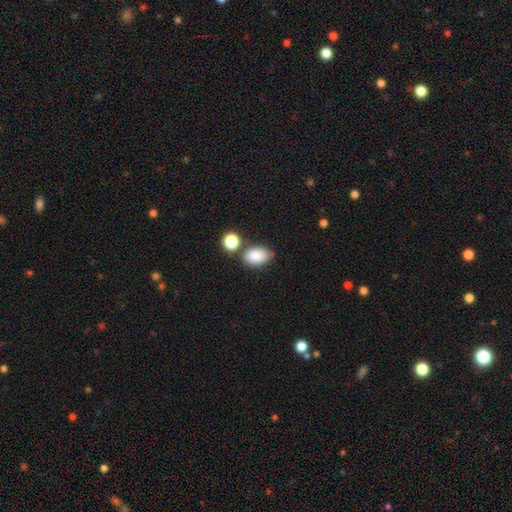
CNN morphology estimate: Smooth or featured?
  - smooth: 86% *
  - star or artifact: 8%
  - featured or disk: 6%
How rounded?
  - in between: 87% *
  - round: 11%
  - cigar-shaped: 1%
Merging?
  - none: 66% *
  - minor disturbance: 16%
  - merger: 15%
  - major disturbance: 4%